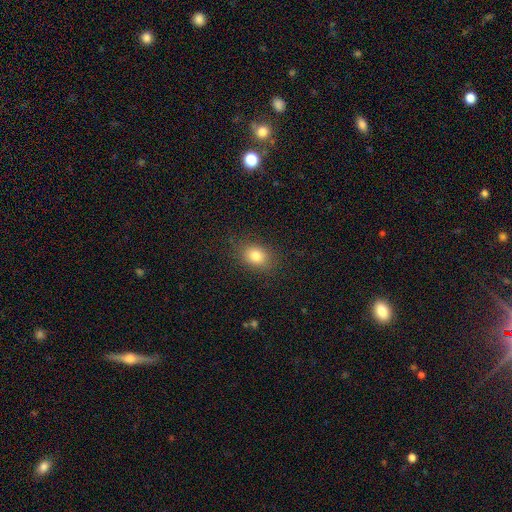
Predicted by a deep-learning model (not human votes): Smooth or featured?
  - smooth: 81% *
  - star or artifact: 11%
  - featured or disk: 8%
How rounded?
  - in between: 64% *
  - round: 35%
  - cigar-shaped: 1%
Merging?
  - none: 85% *
  - minor disturbance: 11%
  - major disturbance: 3%
  - merger: 1%